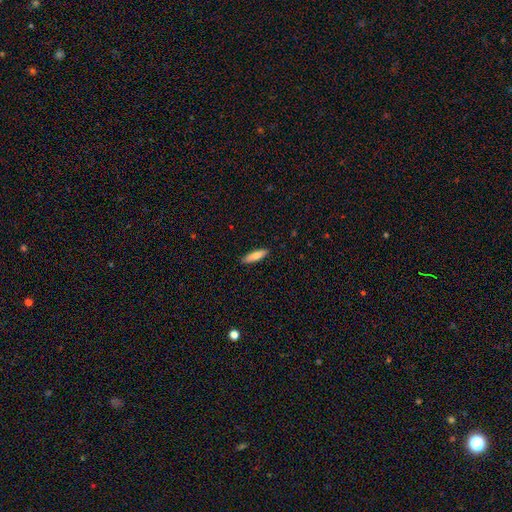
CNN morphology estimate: Smooth or featured? smooth (79%)
How rounded? cigar-shaped (68%)
Merging? none (89%)